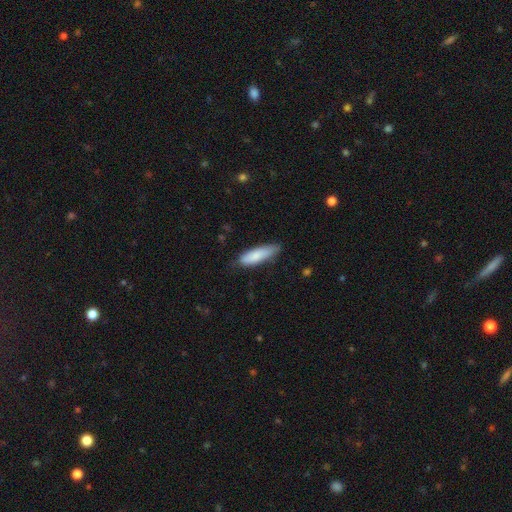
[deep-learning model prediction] Smooth or featured: smooth — 83% (featured or disk — 11%)
How rounded: cigar-shaped — 52% (in between — 46%)
Merging: none — 70% (minor disturbance — 24%)